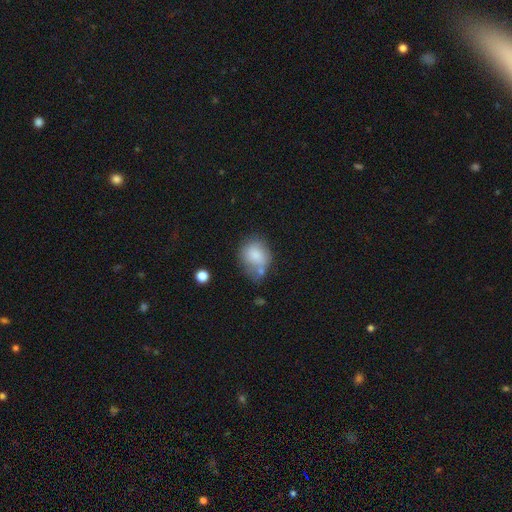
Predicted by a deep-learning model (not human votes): Smooth or featured?
  - smooth: 79% *
  - featured or disk: 12%
  - star or artifact: 8%
How rounded?
  - round: 52% *
  - in between: 47%
  - cigar-shaped: 1%
Merging?
  - none: 42% *
  - minor disturbance: 26%
  - merger: 22%
  - major disturbance: 10%